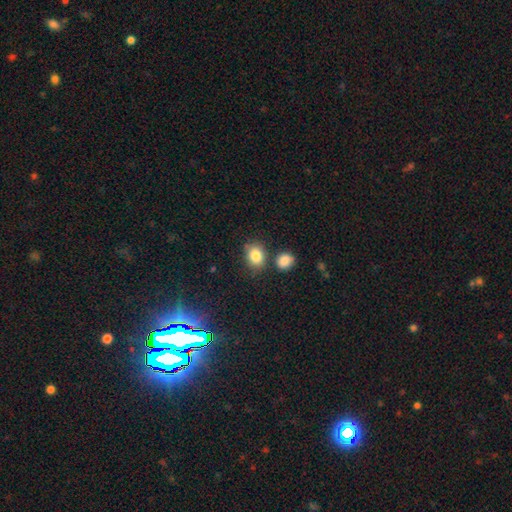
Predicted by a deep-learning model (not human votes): smooth 84%, star or artifact 9%, featured or disk 7%. Down the decision tree: how rounded — in between (54%); merging — none (71%).